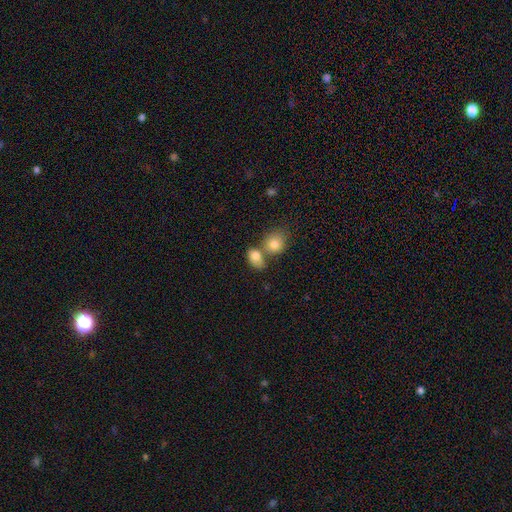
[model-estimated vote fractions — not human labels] This is clearly a smooth galaxy (80%). How rounded: likely in between (71%). Merging: possibly merger (50%).